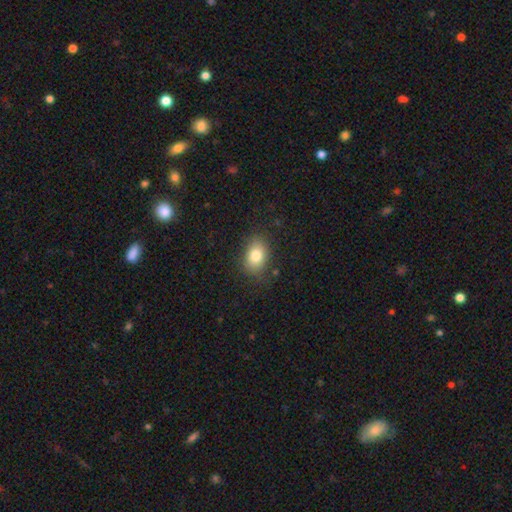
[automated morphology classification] This appears to be a smooth galaxy with no disk features (82%) that is in between round and cigar-shaped (79%). Merging: none (81%).